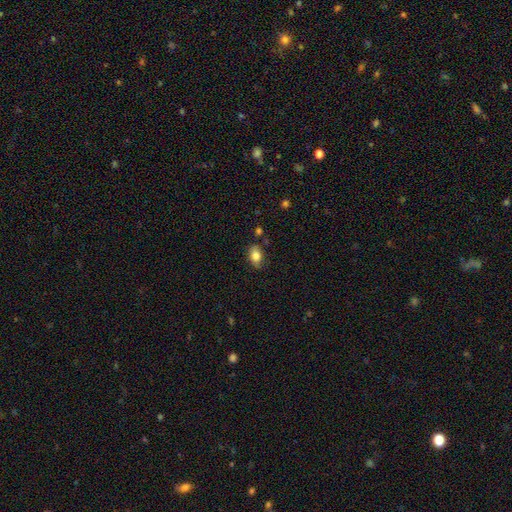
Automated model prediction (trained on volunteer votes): Smooth or featured? smooth (82%)
How rounded? in between (85%)
Merging? none (78%)